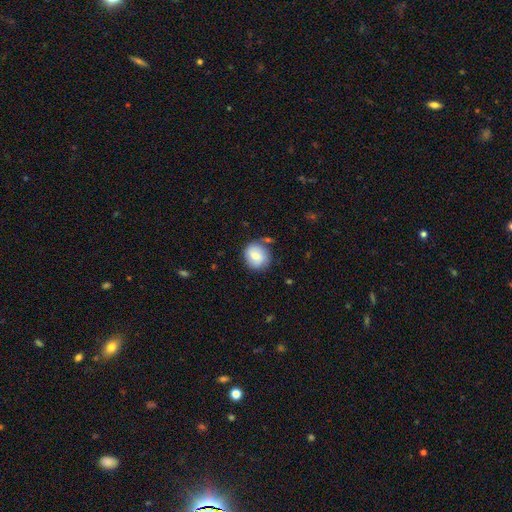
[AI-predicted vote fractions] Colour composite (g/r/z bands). It shows a smooth galaxy with no disk features (73%) that is round (81%). Merging: none (72%).